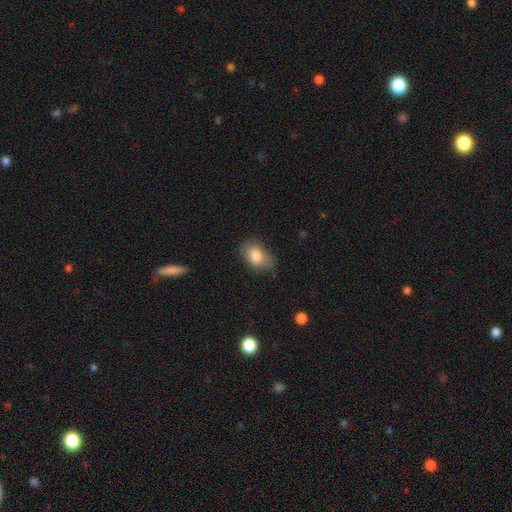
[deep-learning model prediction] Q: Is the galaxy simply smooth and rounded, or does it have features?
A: smooth — 82%.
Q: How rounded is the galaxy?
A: in between — 87%.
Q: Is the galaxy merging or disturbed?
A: none — 65%.